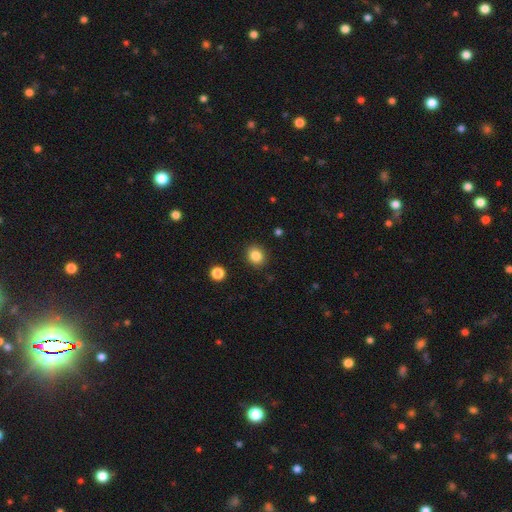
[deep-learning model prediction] Morphology: type=smooth (85%); roundness=round (72%); merging=none (89%).